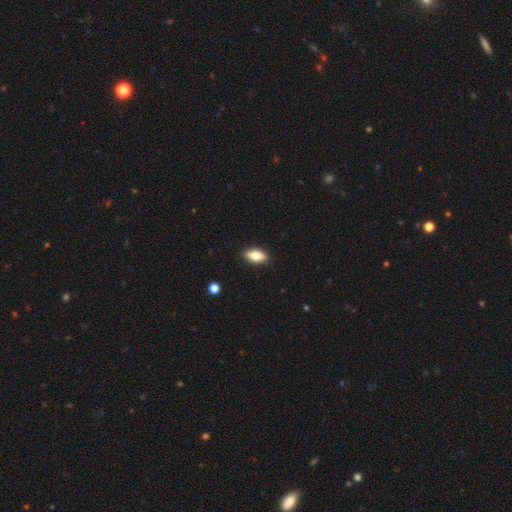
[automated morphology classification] This appears to be a smooth galaxy with no disk features (81%) that is in between round and cigar-shaped (89%). Merging: none (90%).